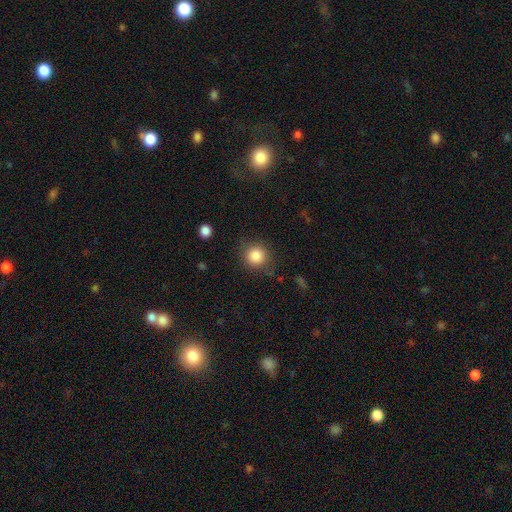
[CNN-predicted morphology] A smooth galaxy with no disk features (85%) that is round (92%). Merging: none (84%).